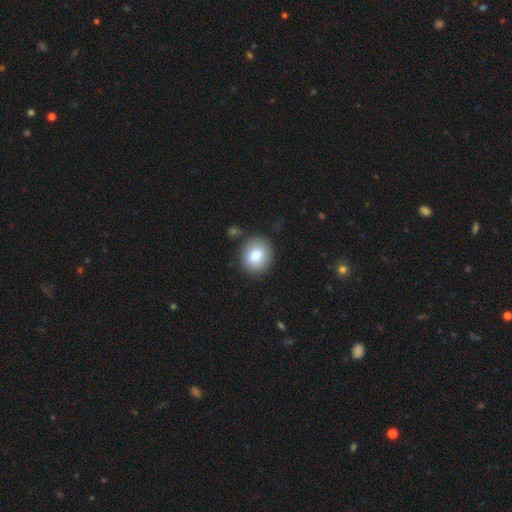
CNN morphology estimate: Smooth or featured? smooth (83%)
How rounded? round (75%)
Merging? none (84%)